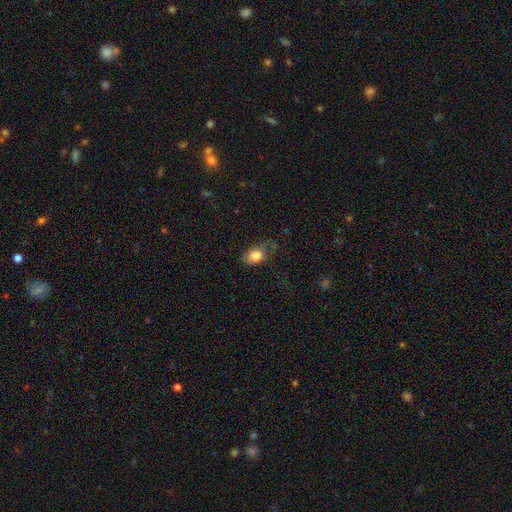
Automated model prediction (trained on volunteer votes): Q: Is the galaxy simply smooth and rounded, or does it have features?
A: smooth — 83%.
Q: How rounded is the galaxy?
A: in between — 73%.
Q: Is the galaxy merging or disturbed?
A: none — 47%.